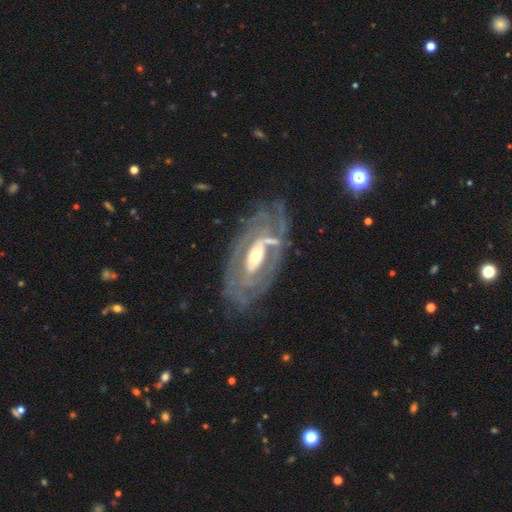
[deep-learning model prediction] Q: Smooth or featured?
A: featured or disk (84%); runner-up: smooth (10%)
Q: Edge-on disk?
A: no (92%); runner-up: yes (8%)
Q: Bar?
A: no (46%); runner-up: weak (28%)
Q: Spiral arms?
A: yes (81%); runner-up: no (19%)
Q: Spiral winding?
A: tight (62%); runner-up: medium (27%)
Q: Spiral arm count?
A: can't tell (42%); runner-up: 2 (29%)
Q: Bulge size?
A: moderate (53%); runner-up: small (33%)
Q: Merging?
A: none (63%); runner-up: minor disturbance (19%)